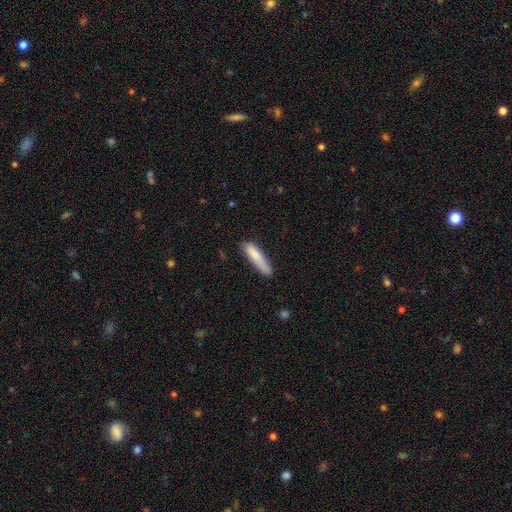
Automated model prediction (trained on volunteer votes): Morphology: type=smooth (81%); roundness=cigar-shaped (81%); merging=none (67%).